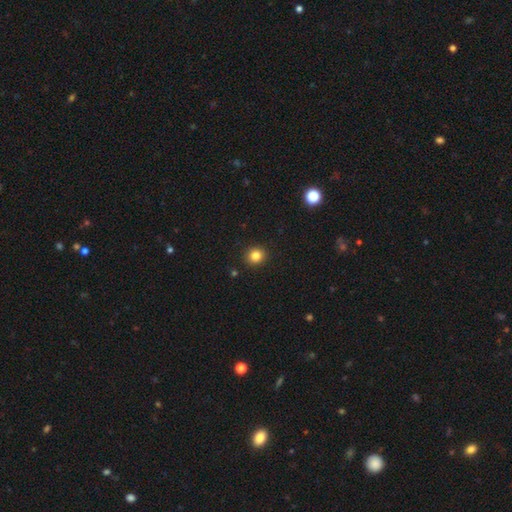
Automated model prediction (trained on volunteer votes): Overall: smooth (83%). How rounded: round (88%). Merging: none (92%).